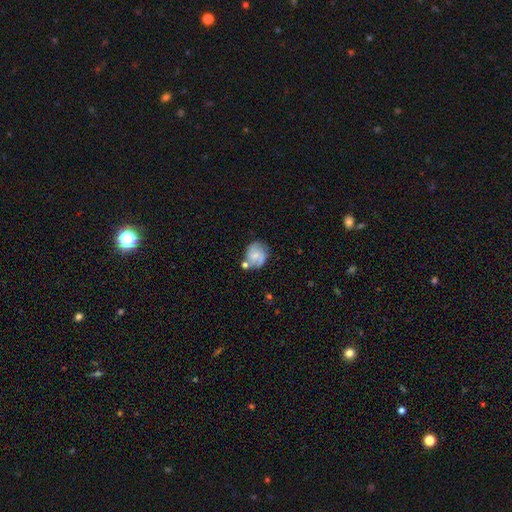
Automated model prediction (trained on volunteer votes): Smooth or featured? featured or disk (47%)
Merging? none (52%)